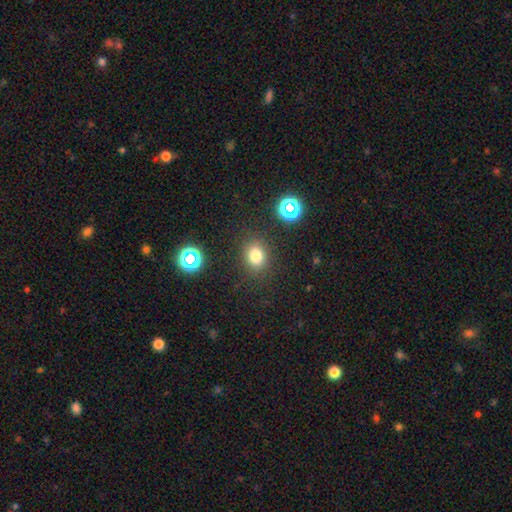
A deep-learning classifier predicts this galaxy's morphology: Q: Smooth or featured?
A: smooth (78%); runner-up: star or artifact (16%)
Q: How rounded?
A: round (55%); runner-up: in between (44%)
Q: Merging?
A: none (84%); runner-up: minor disturbance (10%)